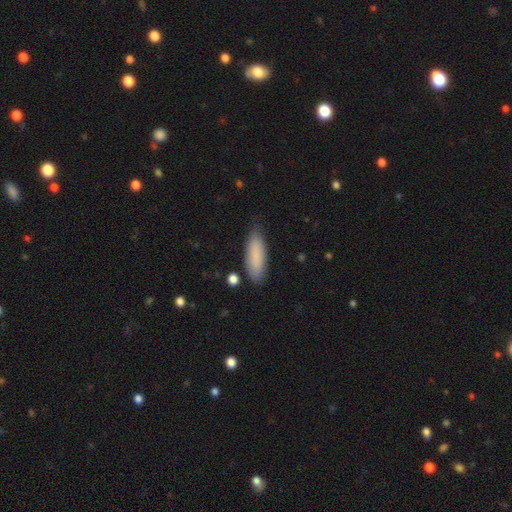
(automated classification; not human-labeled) smooth-or-featured: smooth: 85% | featured or disk: 8% | star or artifact: 6%
  how-rounded: in between: 58% | cigar-shaped: 40% | round: 2%
  merging: none: 79% | minor disturbance: 16% | major disturbance: 3% | merger: 2%